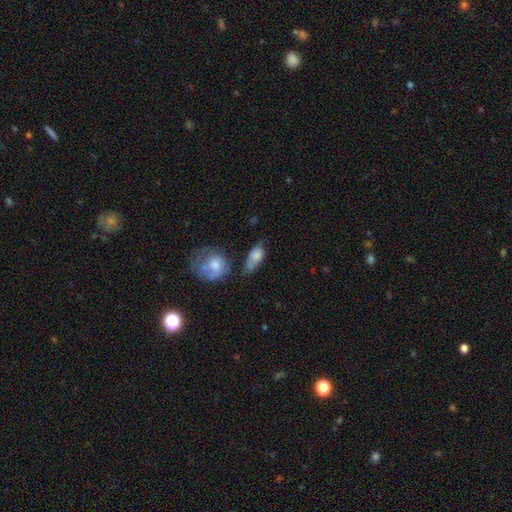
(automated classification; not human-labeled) Smooth or featured? smooth (71%)
How rounded? in between (80%)
Merging? none (35%)